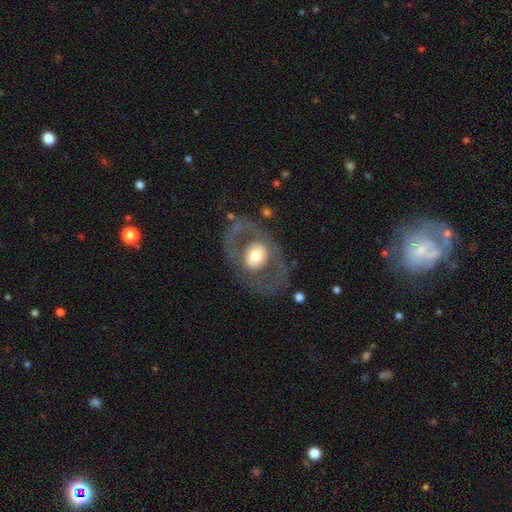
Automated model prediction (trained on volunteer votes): A featured or disk galaxy (58%) with no bar (75%), no spiral arms (82%) and a moderate central bulge (50%).

Vote fractions:
- Smooth or featured? featured or disk: 58% / smooth: 36% / star or artifact: 6%
- Edge-on disk? no: 92% / yes: 8%
- Bar? no: 75% / weak: 17% / strong: 8%
- Spiral arms? no: 82% / yes: 18%
- Bulge size? moderate: 50% / large: 38% / small: 6% / dominant: 5% / none: 1%
- Merging? none: 72% / major disturbance: 15% / minor disturbance: 12% / merger: 2%